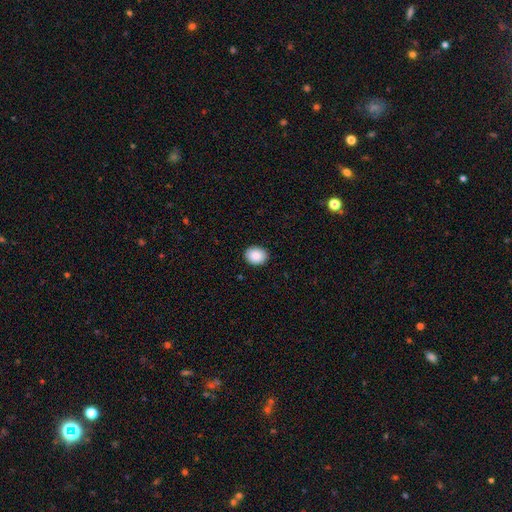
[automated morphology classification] smooth 89%, star or artifact 8%, featured or disk 3%. Down the decision tree: how rounded — round (50%); merging — none (90%).